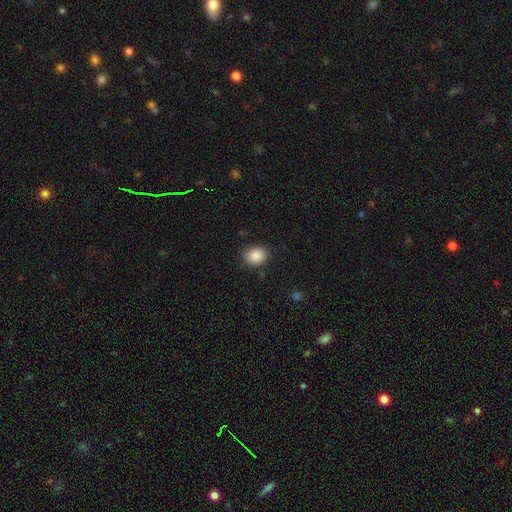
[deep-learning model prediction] smooth-or-featured: smooth: 88% | star or artifact: 8% | featured or disk: 4%
  how-rounded: in between: 54% | round: 46% | cigar-shaped: 1%
  merging: none: 84% | minor disturbance: 12% | major disturbance: 3% | merger: 1%